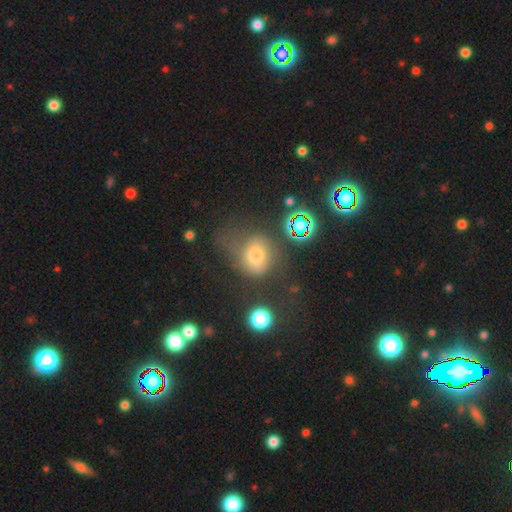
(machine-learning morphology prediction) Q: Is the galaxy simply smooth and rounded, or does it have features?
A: smooth — 65%.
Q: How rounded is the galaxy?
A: round — 68%.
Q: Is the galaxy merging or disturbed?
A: none — 43%.